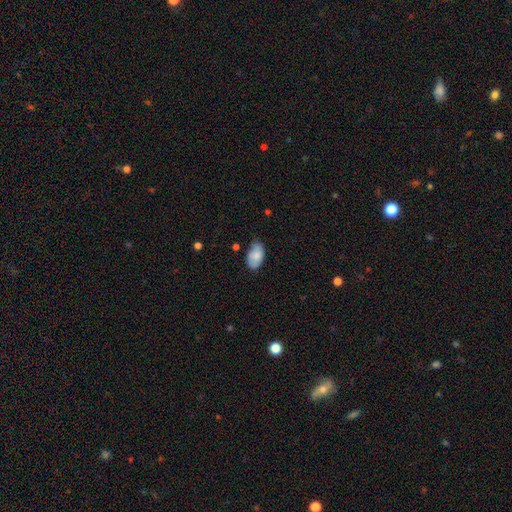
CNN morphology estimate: This appears to be a smooth galaxy with no disk features (79%) that is in between round and cigar-shaped (94%). Merging: none (66%).